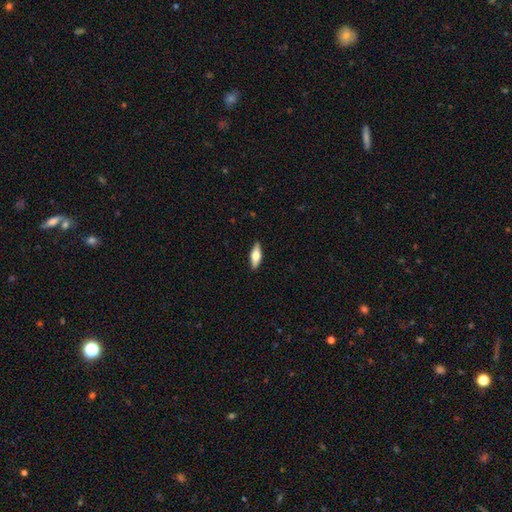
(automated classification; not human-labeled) Smooth or featured?
  - smooth: 58% *
  - featured or disk: 36%
  - star or artifact: 6%
How rounded?
  - in between: 63% *
  - cigar-shaped: 34%
  - round: 3%
Merging?
  - none: 89% *
  - minor disturbance: 8%
  - major disturbance: 2%
  - merger: 1%